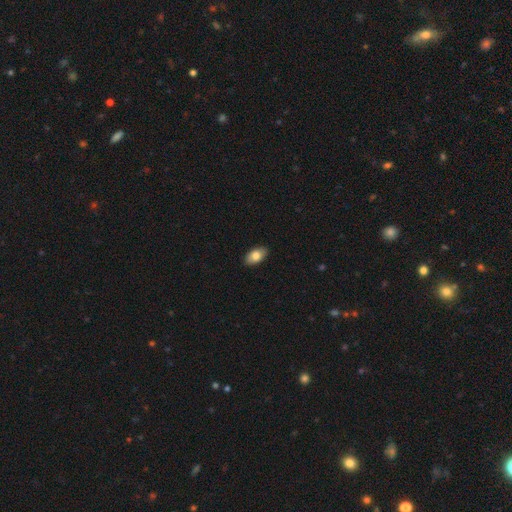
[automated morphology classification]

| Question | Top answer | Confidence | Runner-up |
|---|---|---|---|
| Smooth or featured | smooth | 83% | featured or disk (10%) |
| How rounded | in between | 94% | round (4%) |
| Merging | none | 89% | minor disturbance (8%) |